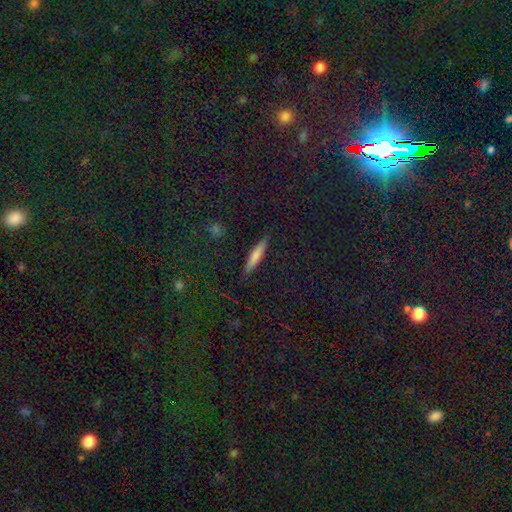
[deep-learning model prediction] This is likely a smooth galaxy (73%). How rounded: clearly cigar-shaped (86%). Merging: clearly none (89%).